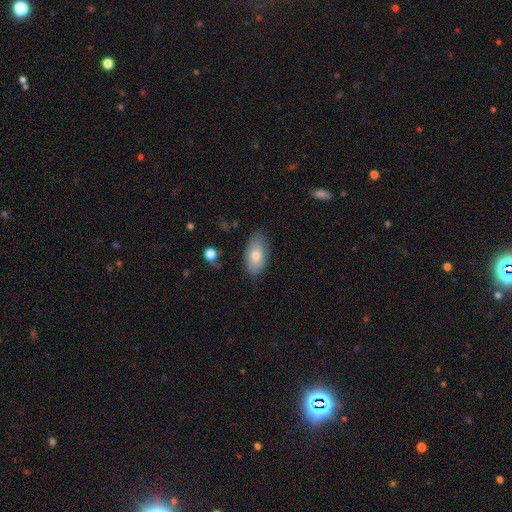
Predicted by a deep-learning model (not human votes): The model was most divided on "smooth or featured": smooth: 74%, featured or disk: 19%, star or artifact: 7%. More confident: how rounded — in between (92%); merging — none (80%).